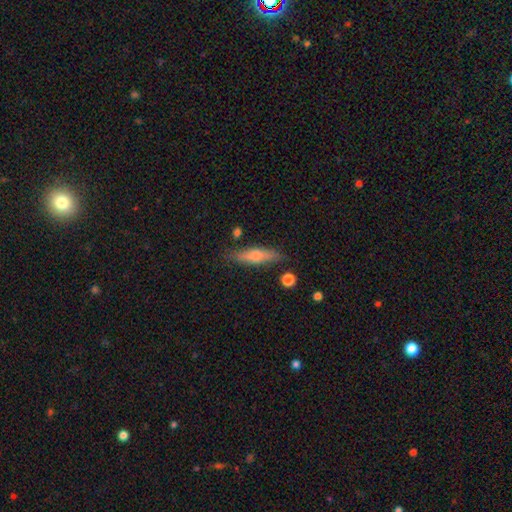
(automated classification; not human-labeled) smooth 59%, featured or disk 34%, star or artifact 7%. Down the decision tree: how rounded — cigar-shaped (68%); merging — none (79%).